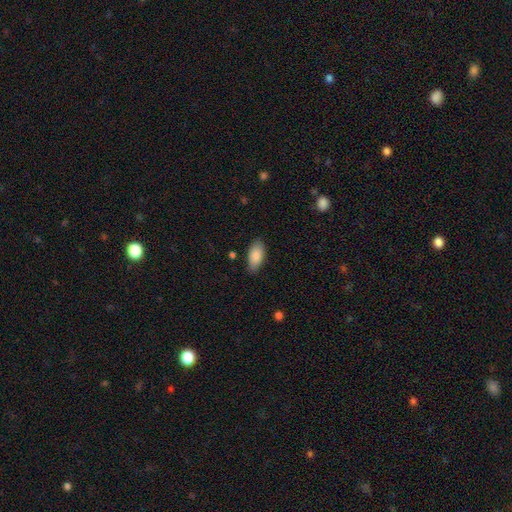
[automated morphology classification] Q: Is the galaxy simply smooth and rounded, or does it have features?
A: smooth — 87%.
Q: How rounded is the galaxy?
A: in between — 92%.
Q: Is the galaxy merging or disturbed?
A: none — 83%.